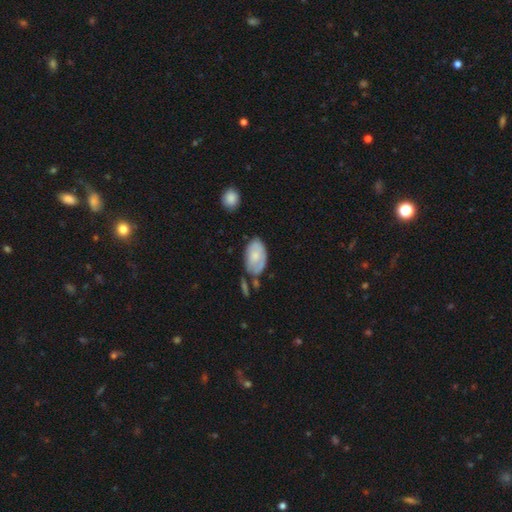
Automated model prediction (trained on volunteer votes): Smooth or featured: smooth — 63% (featured or disk — 31%)
How rounded: in between — 93% (round — 6%)
Merging: none — 56% (minor disturbance — 28%)